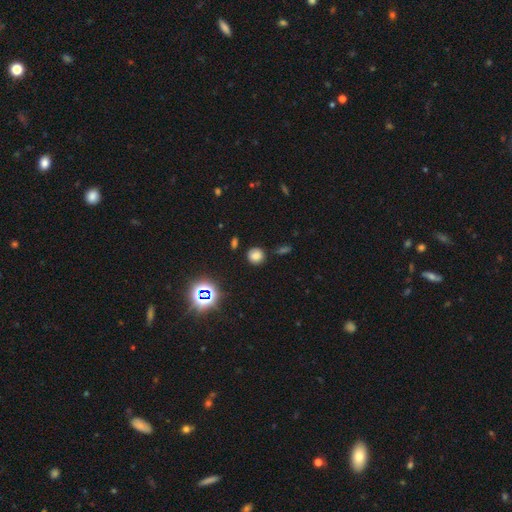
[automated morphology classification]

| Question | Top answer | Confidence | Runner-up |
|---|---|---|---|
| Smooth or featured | smooth | 74% | star or artifact (19%) |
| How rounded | round | 88% | in between (11%) |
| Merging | none | 83% | minor disturbance (11%) |